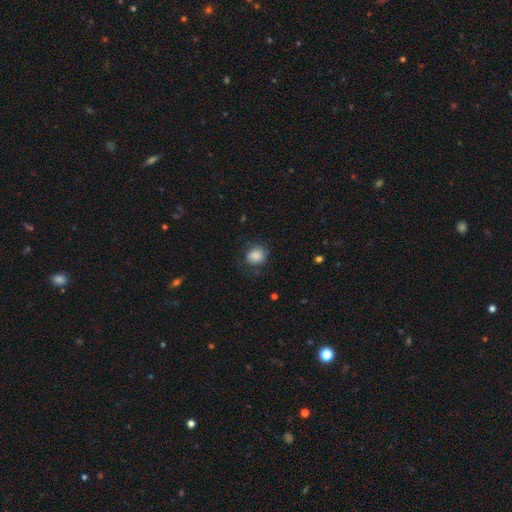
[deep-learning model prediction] smooth_or_featured: smooth (p=0.84) [alt: star or artifact p=0.08]
how_rounded: round (p=0.72) [alt: in between p=0.27]
merging: none (p=0.71) [alt: minor disturbance p=0.20]